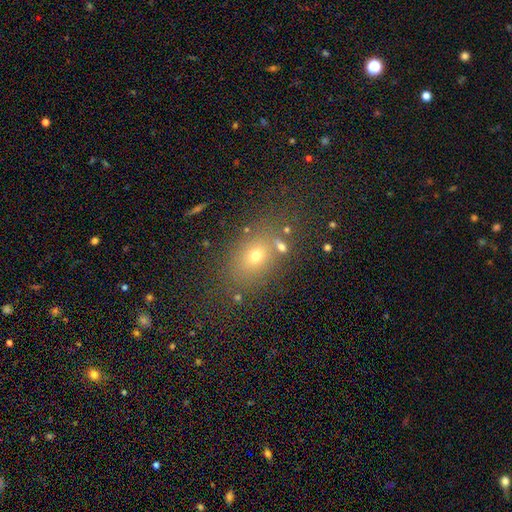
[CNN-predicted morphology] smooth 66%, star or artifact 19%, featured or disk 15%. Down the decision tree: how rounded — in between (65%); merging — none (71%).